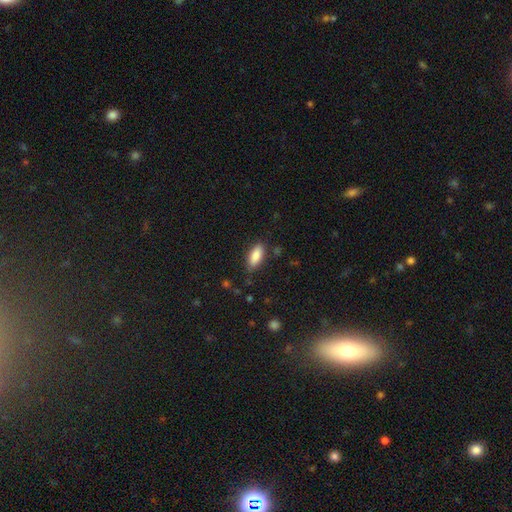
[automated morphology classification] The model was most divided on "merging": none: 82%, minor disturbance: 13%, major disturbance: 3%, merger: 2%. More confident: smooth or featured — smooth (87%); how rounded — in between (84%).